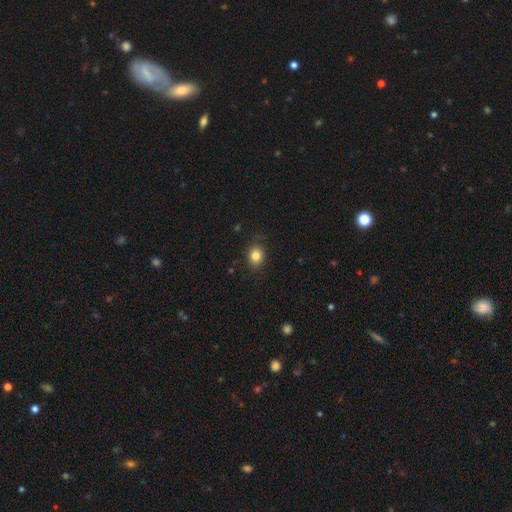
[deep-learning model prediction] Q: Smooth or featured?
A: smooth (83%); runner-up: star or artifact (10%)
Q: How rounded?
A: round (52%); runner-up: in between (47%)
Q: Merging?
A: none (80%); runner-up: minor disturbance (15%)